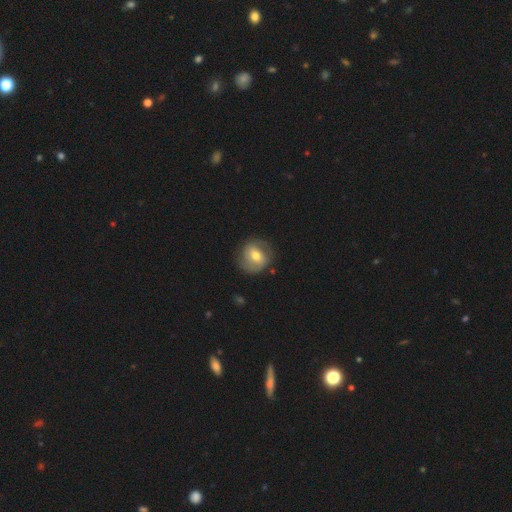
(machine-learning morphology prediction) A featured or disk galaxy (54%) with a weak bar (45%), spiral arms (74%) and a moderate central bulge (68%). Merging: none (77%).